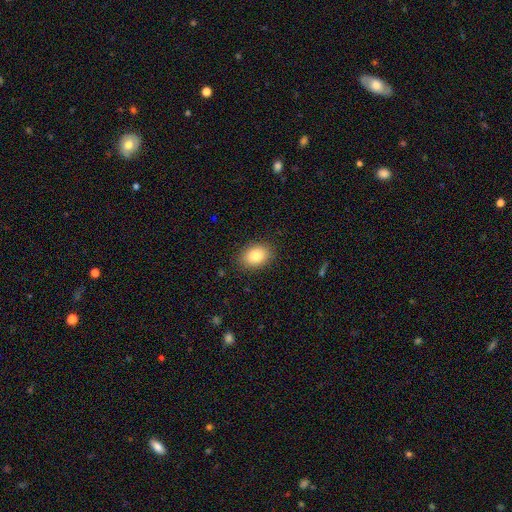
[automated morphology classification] Smooth or featured? Predicted: smooth (p=0.83). How rounded? Predicted: in between (p=0.74). Merging? Predicted: none (p=0.88).